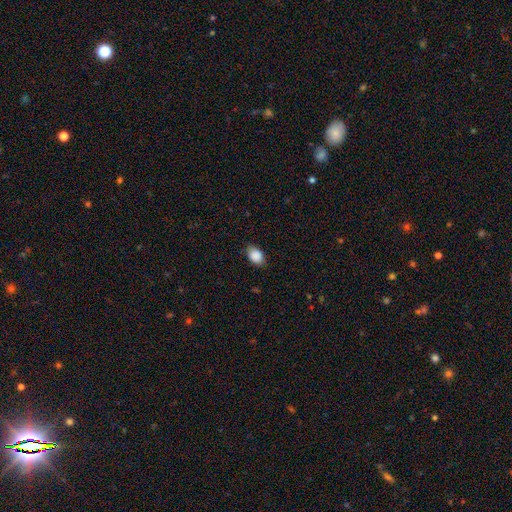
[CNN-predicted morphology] The model was most divided on "merging": none: 83%, minor disturbance: 13%, major disturbance: 3%, merger: 1%. More confident: smooth or featured — smooth (89%); how rounded — in between (85%).